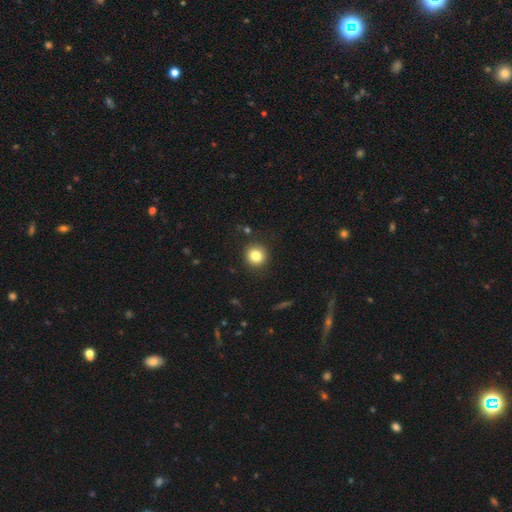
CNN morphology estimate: This is clearly a smooth galaxy (82%). How rounded: clearly round (92%). Merging: clearly none (89%).